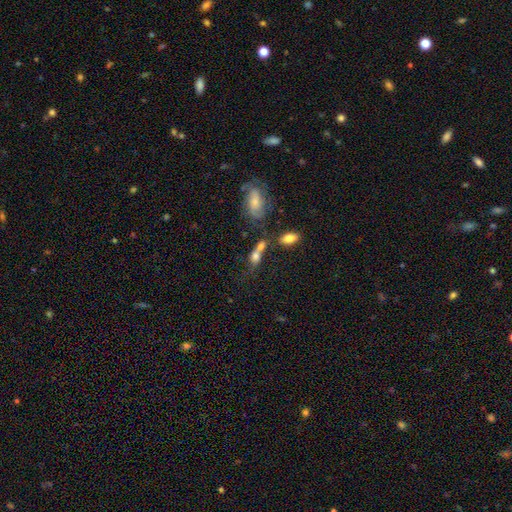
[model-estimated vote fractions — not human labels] smooth_or_featured: smooth (p=0.72) [alt: featured or disk p=0.16]
how_rounded: in between (p=0.70) [alt: round p=0.20]
merging: merger (p=0.44) [alt: none p=0.32]